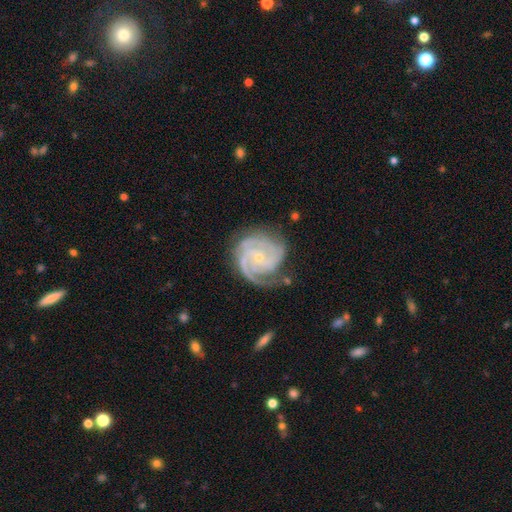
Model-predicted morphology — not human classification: Smooth or featured?
  - featured or disk: 87% *
  - smooth: 7%
  - star or artifact: 6%
Edge-on disk?
  - no: 98% *
  - yes: 2%
Bar?
  - no: 61% *
  - weak: 29%
  - strong: 10%
Spiral arms?
  - yes: 98% *
  - no: 2%
Spiral winding?
  - tight: 68% *
  - medium: 27%
  - loose: 5%
Spiral arm count?
  - 3: 36% *
  - 2: 34%
  - can't tell: 13%
  - 4: 7%
  - 1: 6%
  - more than 4: 5%
Bulge size?
  - small: 68% *
  - moderate: 29%
  - none: 2%
  - large: 1%
  - dominant: 1%
Merging?
  - none: 69% *
  - minor disturbance: 20%
  - major disturbance: 8%
  - merger: 2%